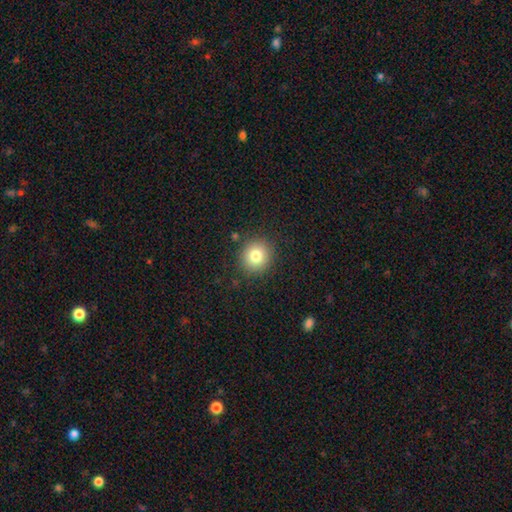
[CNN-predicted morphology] Smooth or featured? Predicted: smooth (p=0.80). How rounded? Predicted: round (p=0.87). Merging? Predicted: none (p=0.88).